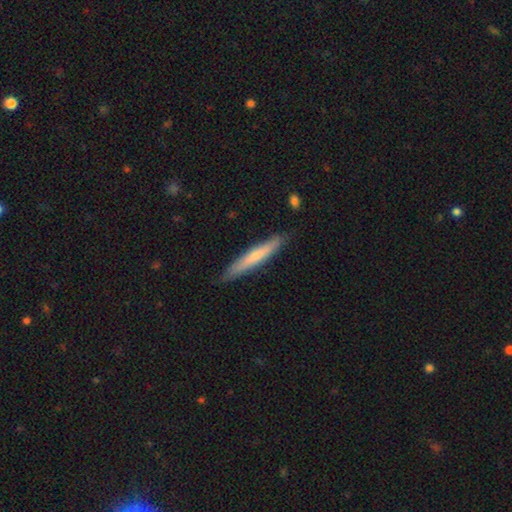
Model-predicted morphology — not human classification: Overall: smooth (46%, tied with featured or disk). Merging: none (90%).